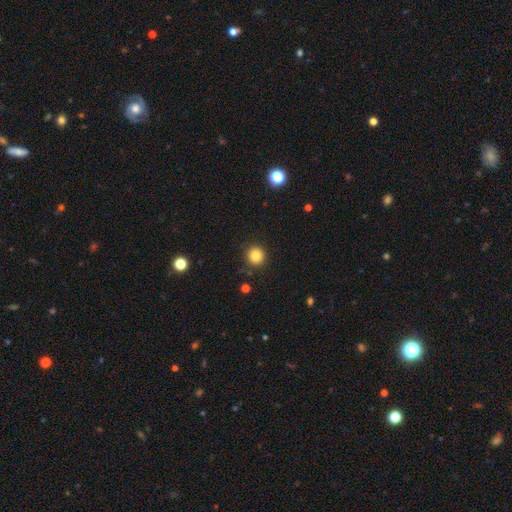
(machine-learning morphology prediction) Q: Smooth or featured?
A: smooth (83%); runner-up: star or artifact (12%)
Q: How rounded?
A: round (93%); runner-up: in between (6%)
Q: Merging?
A: none (90%); runner-up: minor disturbance (6%)